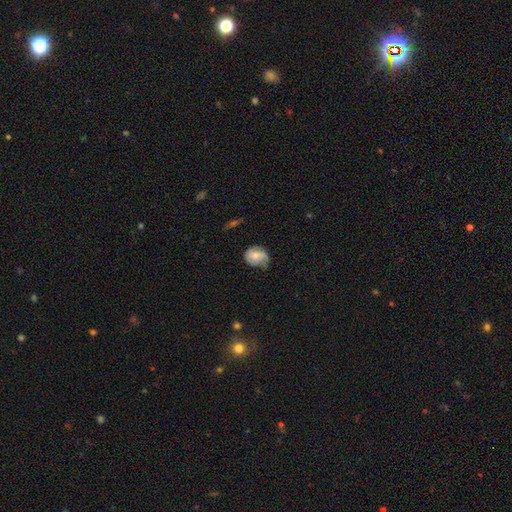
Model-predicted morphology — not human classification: Smooth or featured? Predicted: smooth (p=0.49). Merging? Predicted: none (p=0.50).